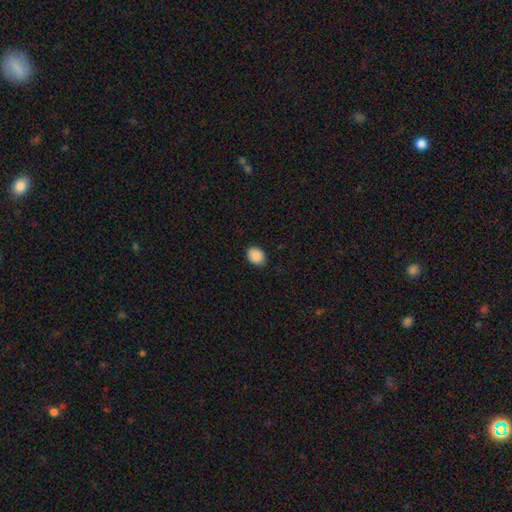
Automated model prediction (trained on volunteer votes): Morphology: type=smooth (89%); roundness=in between (58%); merging=none (88%).